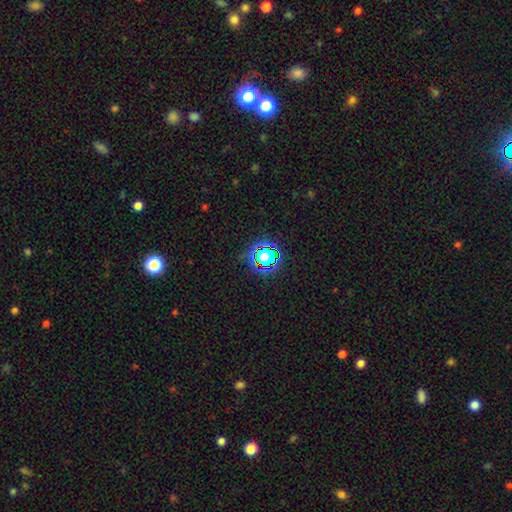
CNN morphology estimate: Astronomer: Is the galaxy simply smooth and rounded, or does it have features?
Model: star or artifact — 69%.